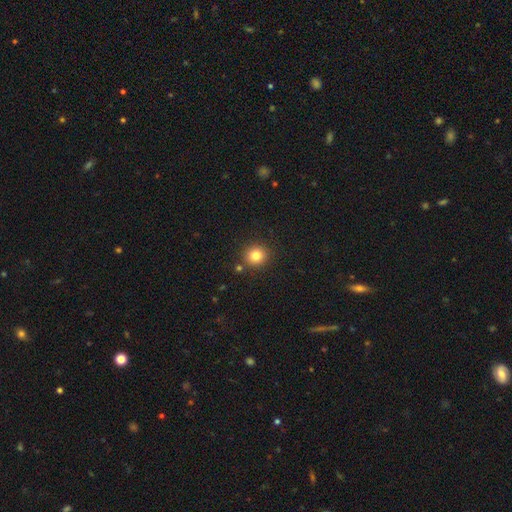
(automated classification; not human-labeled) A smooth galaxy with no disk features (82%) that is round (89%). Merging: none (86%).